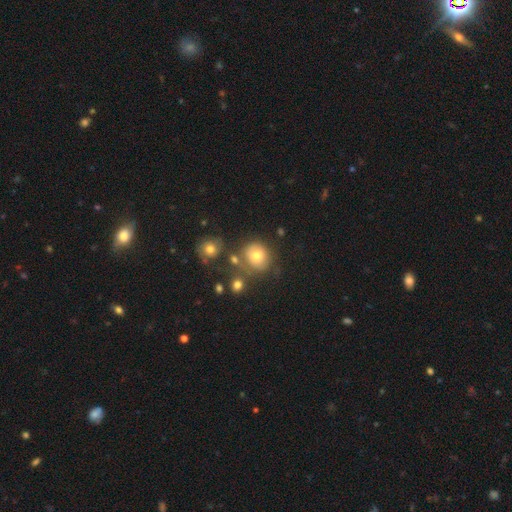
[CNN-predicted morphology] A smooth galaxy with no disk features (68%) that is round (83%).

Vote fractions:
- Smooth or featured? smooth: 68% / featured or disk: 16% / star or artifact: 16%
- How rounded? round: 83% / in between: 16% / cigar-shaped: 1%
- Merging? none: 62% / minor disturbance: 16% / merger: 14% / major disturbance: 8%